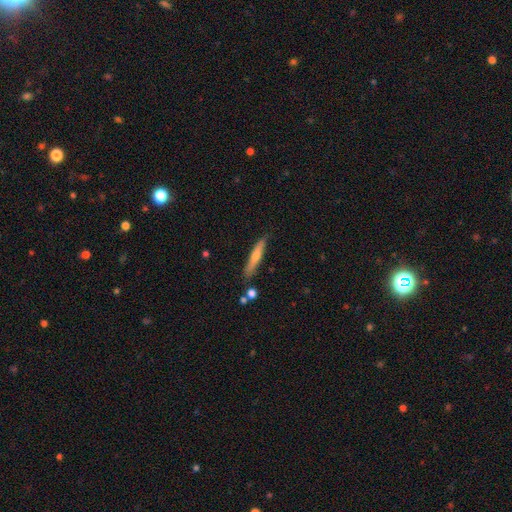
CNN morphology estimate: Smooth or featured? featured or disk (48%)
Merging? none (83%)